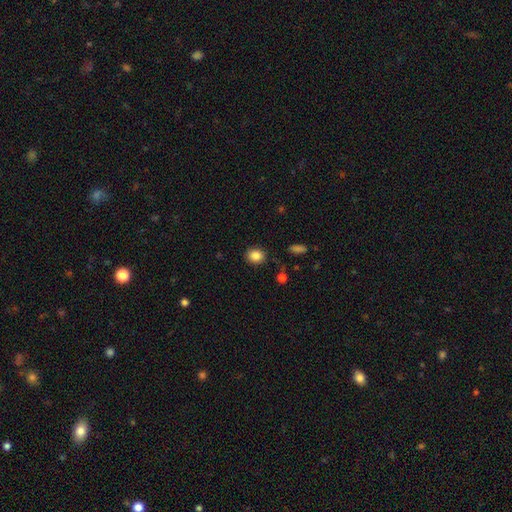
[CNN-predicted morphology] Overall: smooth (85%). How rounded: round (59%; in between 40%). Merging: none (85%).